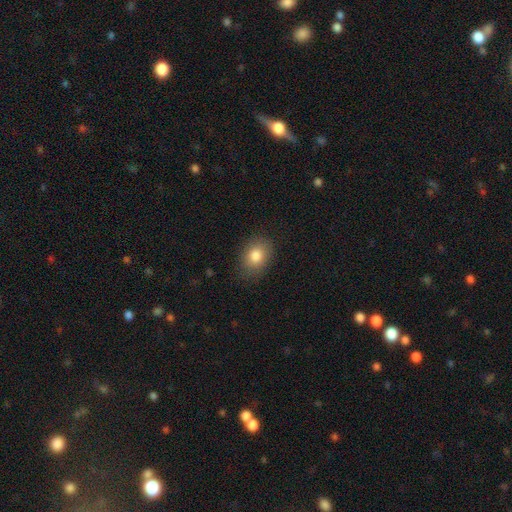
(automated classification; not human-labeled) smooth-or-featured: smooth: 82% | star or artifact: 9% | featured or disk: 9%
  how-rounded: in between: 67% | round: 31% | cigar-shaped: 1%
  merging: none: 81% | minor disturbance: 14% | major disturbance: 4% | merger: 1%